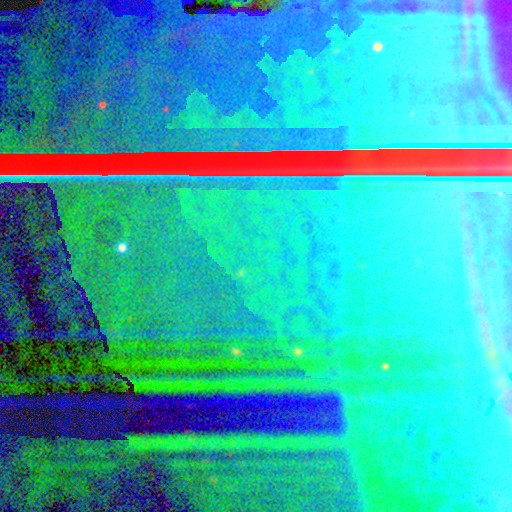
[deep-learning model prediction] Smooth or featured? star or artifact (88%)